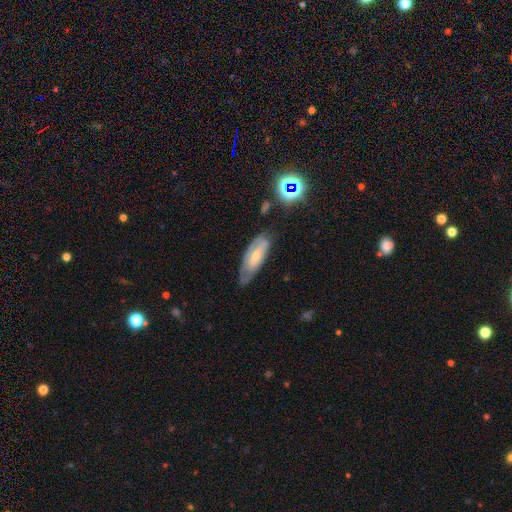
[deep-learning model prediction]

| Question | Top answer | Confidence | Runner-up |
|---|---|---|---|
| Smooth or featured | featured or disk | 53% | smooth (39%) |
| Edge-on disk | no | 81% | yes (19%) |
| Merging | none | 50% | minor disturbance (34%) |